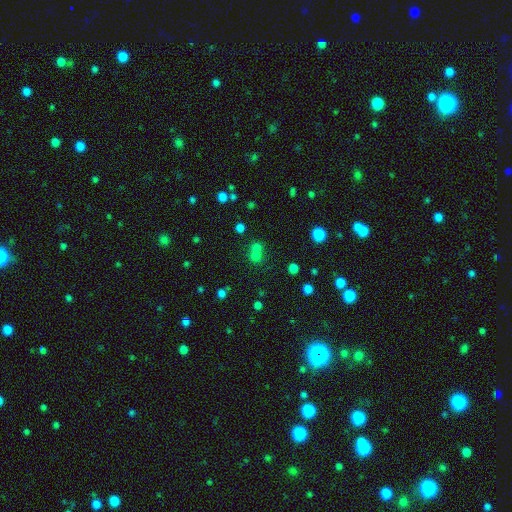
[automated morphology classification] Q: Smooth or featured?
A: smooth (64%); runner-up: star or artifact (25%)
Q: How rounded?
A: round (82%); runner-up: in between (17%)
Q: Merging?
A: merger (49%); runner-up: none (42%)